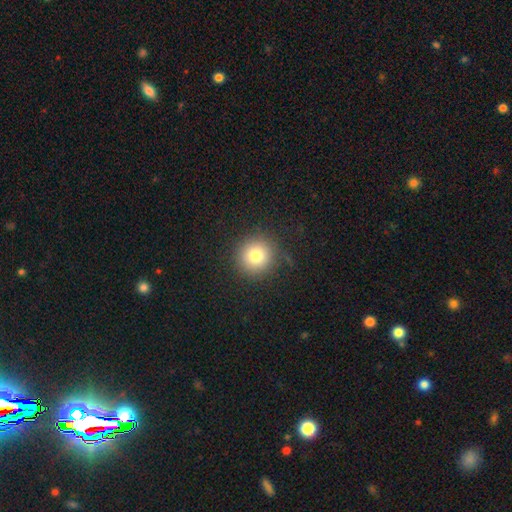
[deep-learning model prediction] Smooth or featured? smooth (78%)
How rounded? round (93%)
Merging? none (88%)